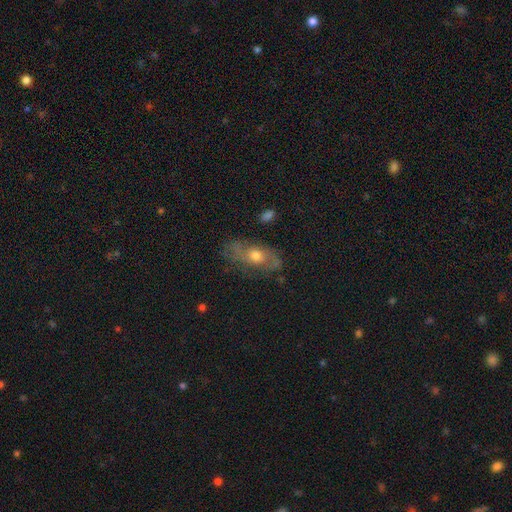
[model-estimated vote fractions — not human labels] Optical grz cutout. It shows a featured or disk galaxy (58%). Merging: none (65%).